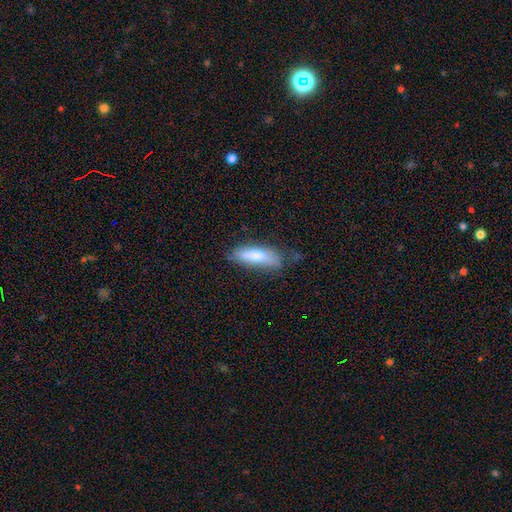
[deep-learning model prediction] Smooth or featured? smooth (76%)
How rounded? cigar-shaped (51%)
Merging? none (60%)